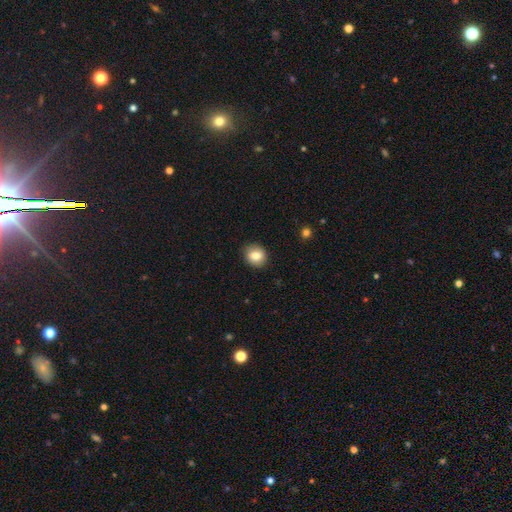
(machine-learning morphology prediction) smooth 83%, star or artifact 9%, featured or disk 8%. Down the decision tree: how rounded — round (66%); merging — none (88%).